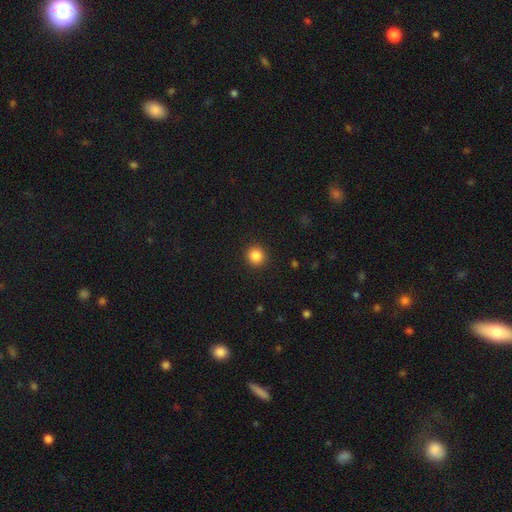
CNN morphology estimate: This is clearly a smooth galaxy (86%). How rounded: clearly round (94%). Merging: clearly none (92%).